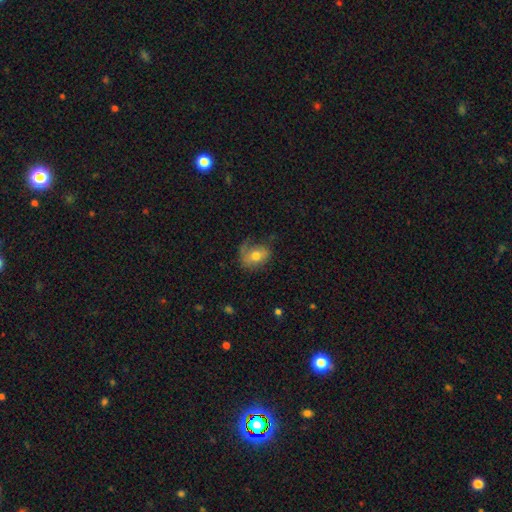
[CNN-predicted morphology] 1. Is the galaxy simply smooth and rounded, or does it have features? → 64% smooth, 27% featured or disk, 9% star or artifact.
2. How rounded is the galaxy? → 64% in between, 35% round, 1% cigar-shaped.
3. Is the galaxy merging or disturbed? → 44% none, 30% minor disturbance, 24% major disturbance, 2% merger.